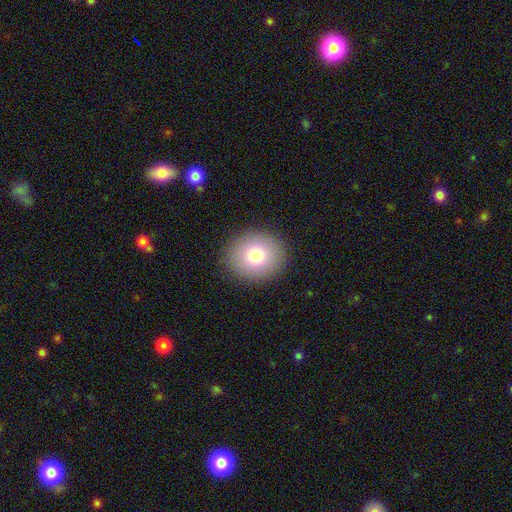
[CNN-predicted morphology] smooth-or-featured: smooth: 80% | featured or disk: 10% | star or artifact: 10%
  how-rounded: round: 76% | in between: 23% | cigar-shaped: 1%
  merging: none: 90% | minor disturbance: 6% | major disturbance: 2% | merger: 1%